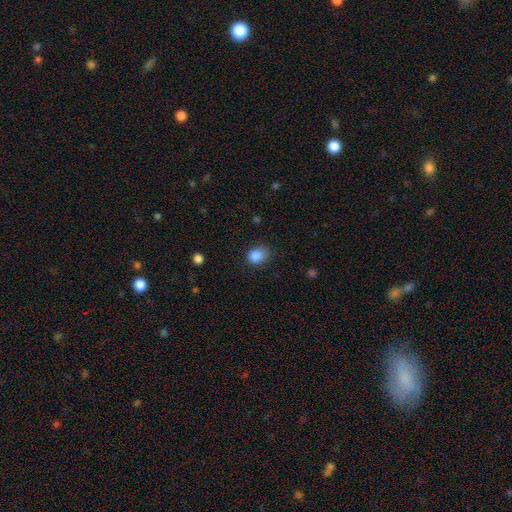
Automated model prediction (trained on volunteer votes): A smooth galaxy with no disk features (86%) that is in between round and cigar-shaped (51%). Merging: none (63%).